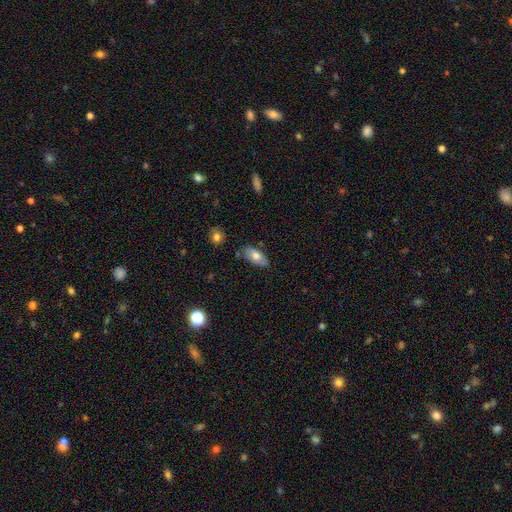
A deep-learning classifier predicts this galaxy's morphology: Smooth or featured?
  - smooth: 71% *
  - featured or disk: 22%
  - star or artifact: 7%
How rounded?
  - in between: 90% *
  - cigar-shaped: 7%
  - round: 3%
Merging?
  - none: 78% *
  - minor disturbance: 16%
  - merger: 3%
  - major disturbance: 3%